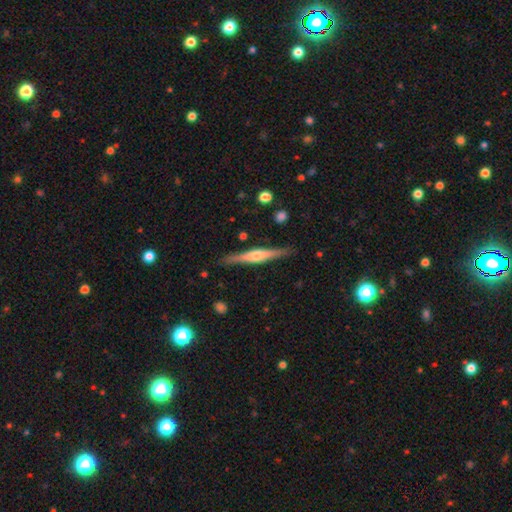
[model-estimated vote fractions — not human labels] Smooth or featured? featured or disk (74%)
Edge-on disk? yes (98%)
Edge-on bulge? rounded (83%)
Merging? none (89%)